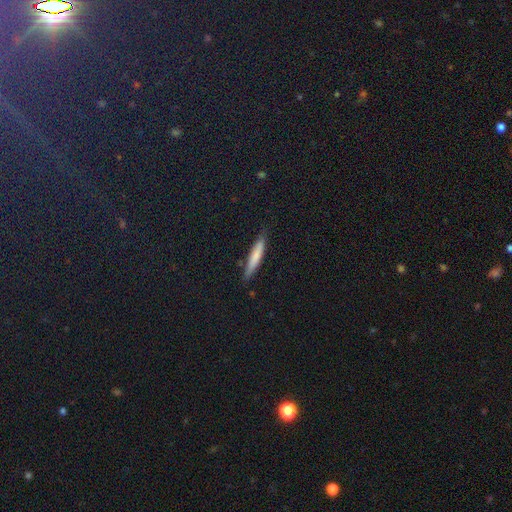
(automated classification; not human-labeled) Smooth or featured? Predicted: smooth (p=0.71). How rounded? Predicted: cigar-shaped (p=0.90). Merging? Predicted: none (p=0.81).